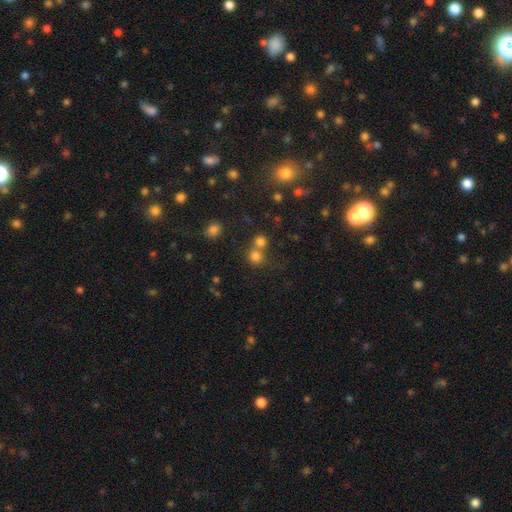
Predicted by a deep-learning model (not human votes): The model was most divided on "merging": none: 51%, merger: 38%, minor disturbance: 7%, major disturbance: 4%. More confident: how rounded — round (87%); smooth or featured — smooth (76%).